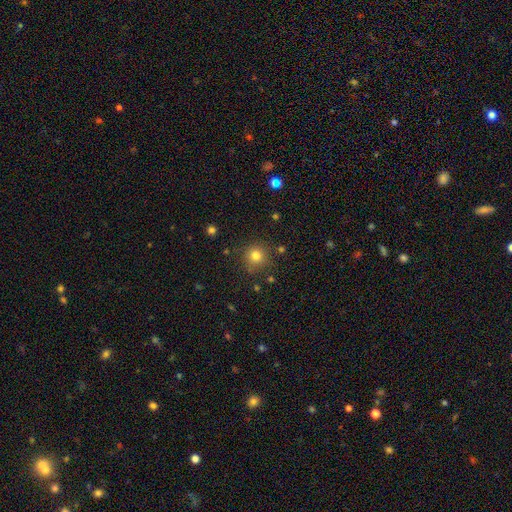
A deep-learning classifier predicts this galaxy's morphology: smooth_or_featured: smooth (p=0.80) [alt: star or artifact p=0.14]
how_rounded: round (p=0.94) [alt: in between p=0.05]
merging: none (p=0.85) [alt: minor disturbance p=0.09]